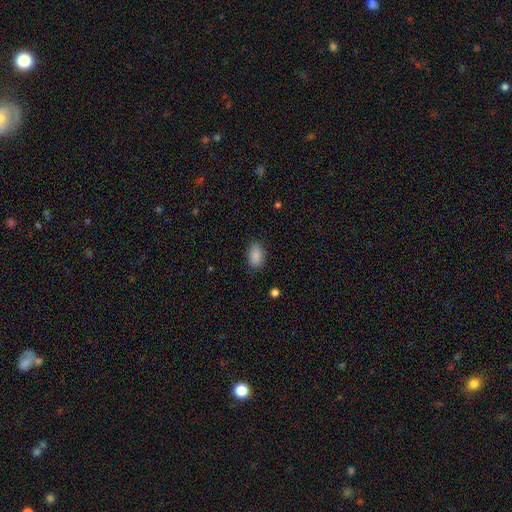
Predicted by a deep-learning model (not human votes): Overall: smooth (88%). How rounded: in between (88%). Merging: none (83%).